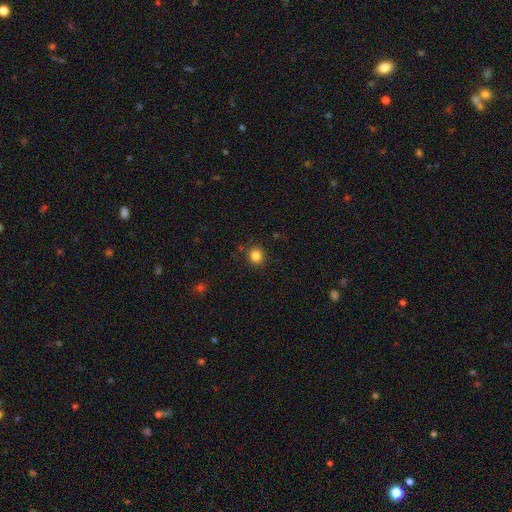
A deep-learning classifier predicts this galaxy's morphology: Q: Smooth or featured?
A: smooth (84%); runner-up: star or artifact (12%)
Q: How rounded?
A: round (89%); runner-up: in between (10%)
Q: Merging?
A: none (87%); runner-up: minor disturbance (8%)